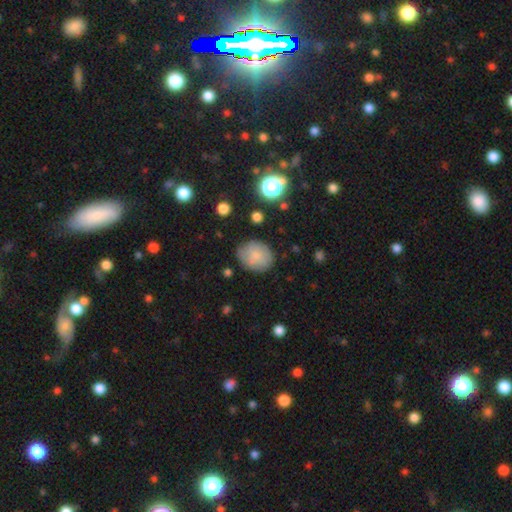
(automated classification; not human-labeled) Smooth or featured?
  - smooth: 75% *
  - featured or disk: 16%
  - star or artifact: 9%
How rounded?
  - round: 60% *
  - in between: 39%
  - cigar-shaped: 1%
Merging?
  - none: 70% *
  - minor disturbance: 21%
  - major disturbance: 6%
  - merger: 3%